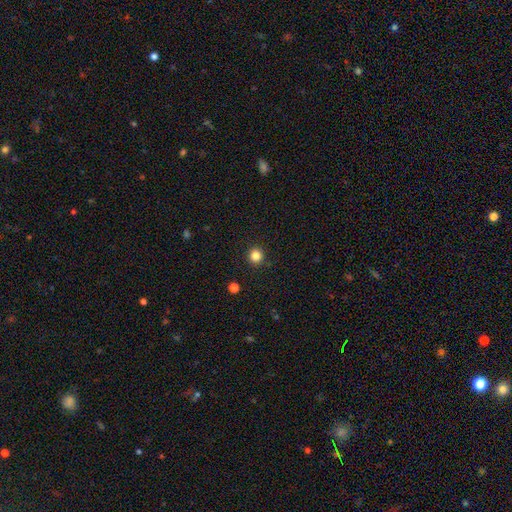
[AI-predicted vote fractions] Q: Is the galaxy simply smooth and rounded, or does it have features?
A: smooth — 83%.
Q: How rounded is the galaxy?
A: round — 95%.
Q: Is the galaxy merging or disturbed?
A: none — 93%.